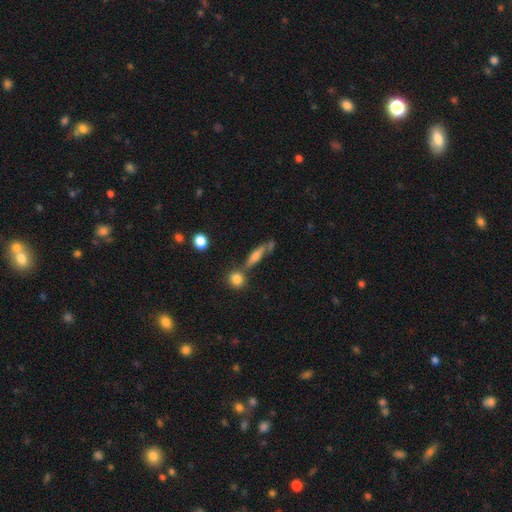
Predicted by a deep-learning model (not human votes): This is possibly a smooth galaxy (48%). Merging: likely none (62%).